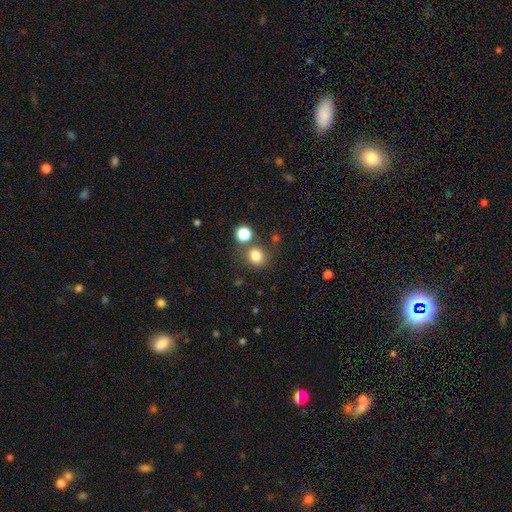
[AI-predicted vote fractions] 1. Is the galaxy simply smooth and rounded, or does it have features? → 80% smooth, 13% star or artifact, 6% featured or disk.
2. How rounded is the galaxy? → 80% round, 19% in between, 1% cigar-shaped.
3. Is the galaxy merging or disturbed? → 72% none, 14% merger, 10% minor disturbance, 4% major disturbance.